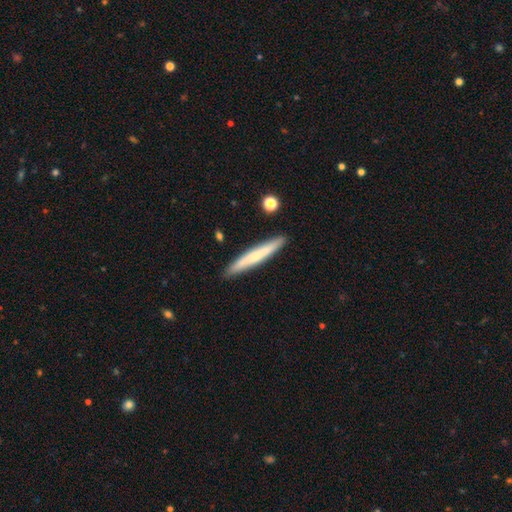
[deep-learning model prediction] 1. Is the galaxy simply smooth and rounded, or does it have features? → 58% smooth, 36% featured or disk, 6% star or artifact.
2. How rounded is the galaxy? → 96% cigar-shaped, 3% in between, 1% round.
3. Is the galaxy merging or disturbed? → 89% none, 7% minor disturbance, 2% merger, 1% major disturbance.